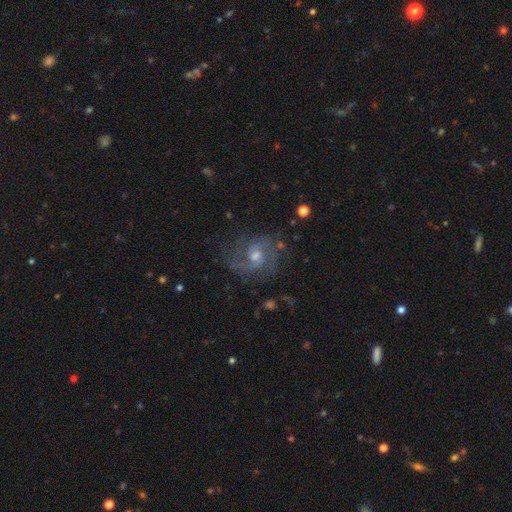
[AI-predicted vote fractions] Smooth or featured? featured or disk (82%)
Edge-on disk? no (97%)
Bar? no (55%)
Spiral arms? yes (95%)
Spiral winding? medium (53%)
Spiral arm count? 2 (65%)
Bulge size? moderate (60%)
Merging? none (71%)